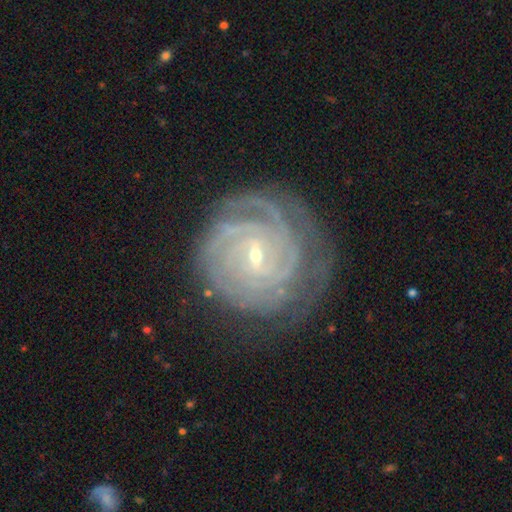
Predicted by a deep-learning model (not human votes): Overall: featured or disk (90%). Edge-on disk: no (97%). Bar: weak (54%; no 24%). Spiral arms: yes (98%). Spiral arm count: 4 (24%; can't tell 23%). Spiral winding: tight (82%). Bulge size: small (73%). Merging: none (73%).